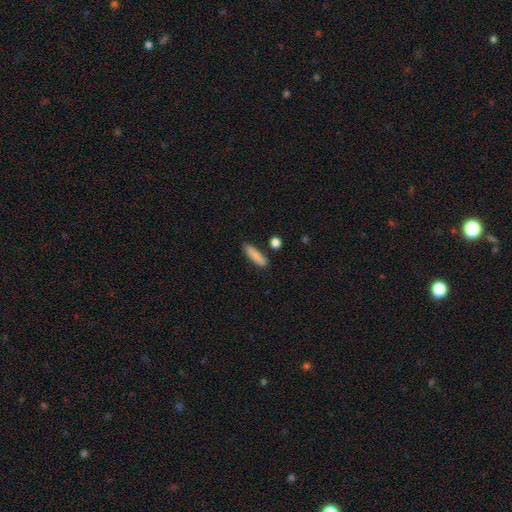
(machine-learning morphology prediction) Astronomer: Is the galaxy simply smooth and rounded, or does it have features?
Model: smooth — 86%.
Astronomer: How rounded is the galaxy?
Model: cigar-shaped — 67%.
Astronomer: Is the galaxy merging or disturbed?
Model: none — 82%.